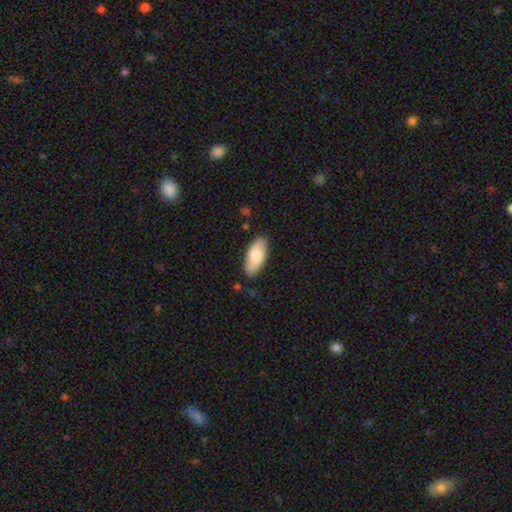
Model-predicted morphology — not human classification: Smooth or featured: smooth — 72% (featured or disk — 22%)
How rounded: in between — 89% (cigar-shaped — 9%)
Merging: none — 83% (minor disturbance — 12%)